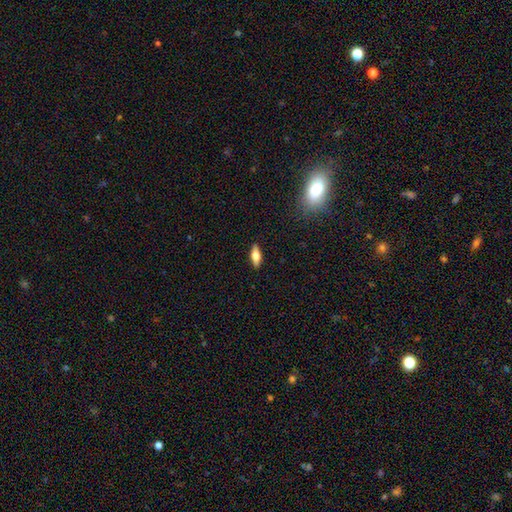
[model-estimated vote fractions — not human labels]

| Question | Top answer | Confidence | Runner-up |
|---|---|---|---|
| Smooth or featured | smooth | 50% | featured or disk (43%) |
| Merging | none | 89% | minor disturbance (8%) |